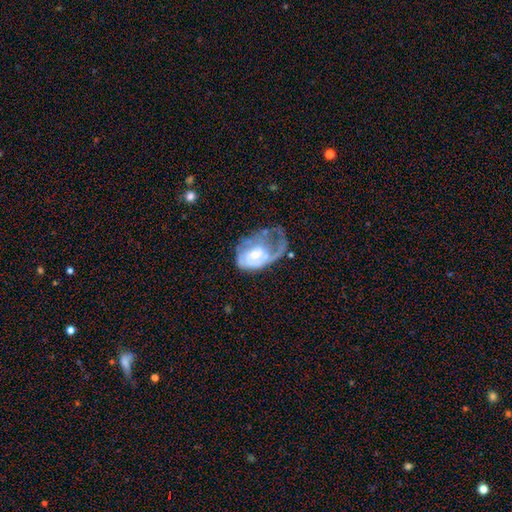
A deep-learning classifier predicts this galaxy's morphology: smooth-or-featured: featured or disk: 68% | smooth: 24% | star or artifact: 7%
  disk-edge-on: no: 97% | yes: 3%
    bar: no: 66% | weak: 29% | strong: 6%
    has-spiral-arms: yes: 62% | no: 38%
    bulge-size: moderate: 42% | small: 34% | none: 13% | large: 9% | dominant: 2%
  merging: major disturbance: 54% | none: 19% | minor disturbance: 18% | merger: 9%